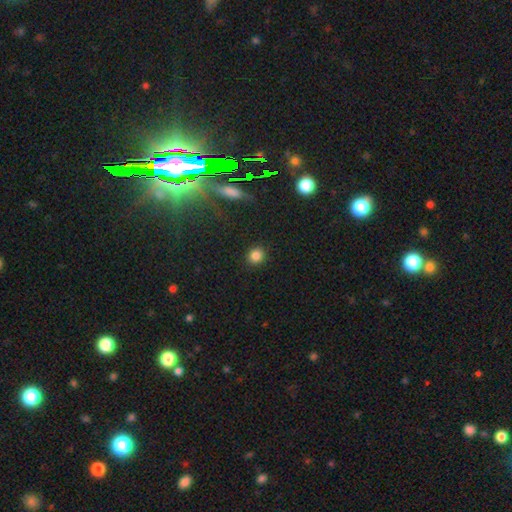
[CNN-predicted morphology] A smooth galaxy with no disk features (84%) that is round (83%). Merging: none (91%).